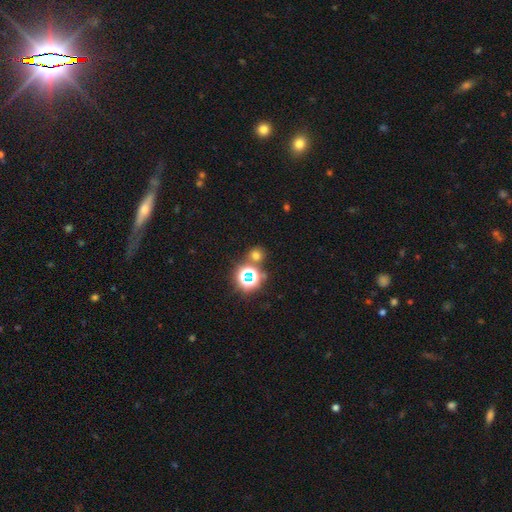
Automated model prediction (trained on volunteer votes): Morphology: type=smooth (58%); roundness=round (86%); merging=none (74%).